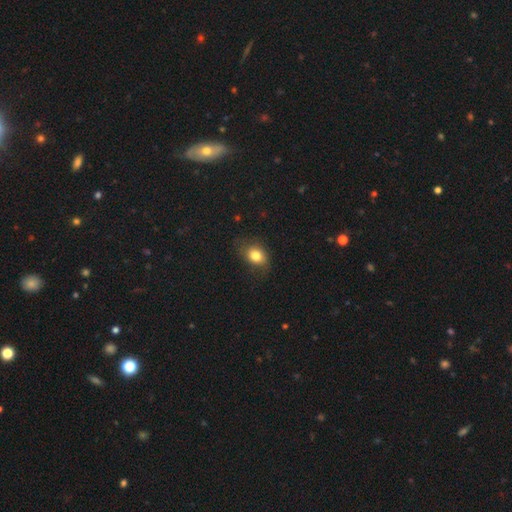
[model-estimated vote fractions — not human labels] A smooth galaxy with no disk features (80%) that is in between round and cigar-shaped (68%).

Vote fractions:
- Smooth or featured? smooth: 80% / featured or disk: 10% / star or artifact: 10%
- How rounded? in between: 68% / round: 30% / cigar-shaped: 1%
- Merging? none: 68% / minor disturbance: 23% / major disturbance: 8% / merger: 1%